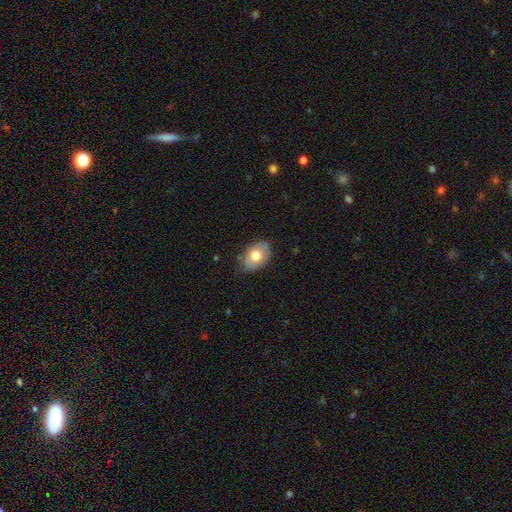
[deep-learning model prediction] Smooth or featured: smooth — 68% (featured or disk — 25%)
How rounded: in between — 82% (round — 17%)
Merging: none — 76% (minor disturbance — 19%)